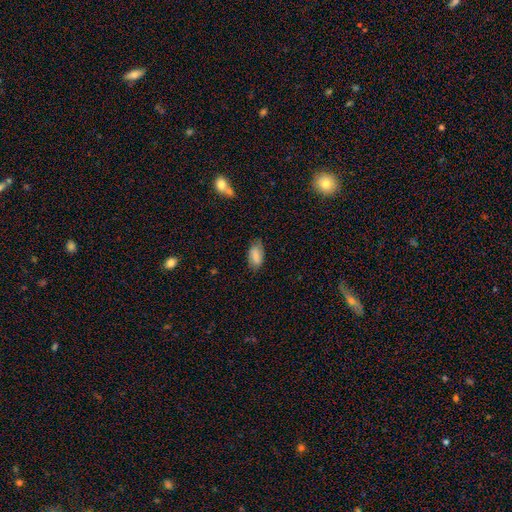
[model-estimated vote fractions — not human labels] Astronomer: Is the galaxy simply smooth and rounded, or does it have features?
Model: smooth — 80%.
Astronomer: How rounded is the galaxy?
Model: in between — 93%.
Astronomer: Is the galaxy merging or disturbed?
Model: none — 70%.